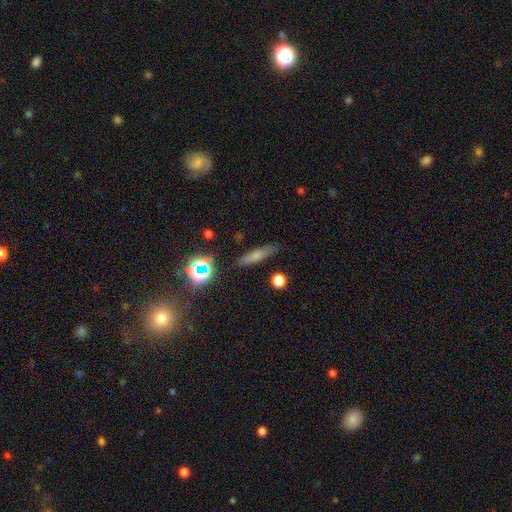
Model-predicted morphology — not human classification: smooth 67%, featured or disk 20%, star or artifact 13%. Down the decision tree: how rounded — cigar-shaped (74%); merging — none (84%).